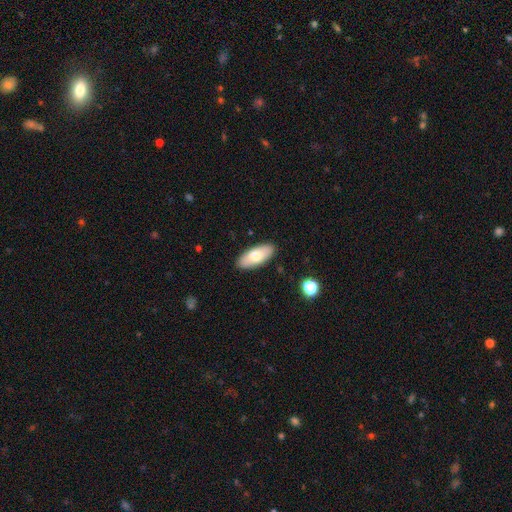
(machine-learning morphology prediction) Q: Smooth or featured?
A: smooth (72%); runner-up: featured or disk (22%)
Q: How rounded?
A: in between (84%); runner-up: cigar-shaped (13%)
Q: Merging?
A: none (89%); runner-up: minor disturbance (8%)